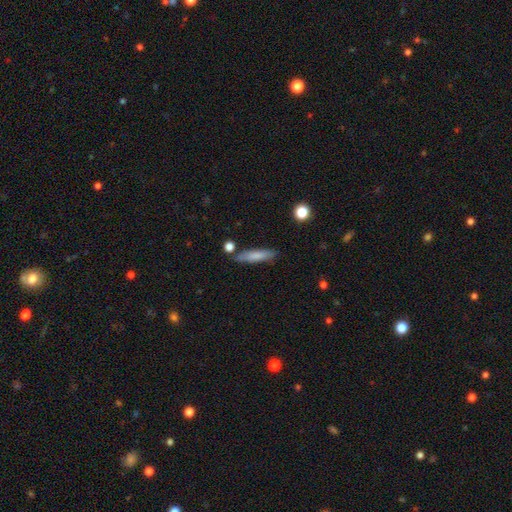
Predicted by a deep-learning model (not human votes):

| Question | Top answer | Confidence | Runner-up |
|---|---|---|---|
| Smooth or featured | smooth | 76% | featured or disk (17%) |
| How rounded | cigar-shaped | 81% | in between (17%) |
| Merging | none | 80% | minor disturbance (13%) |